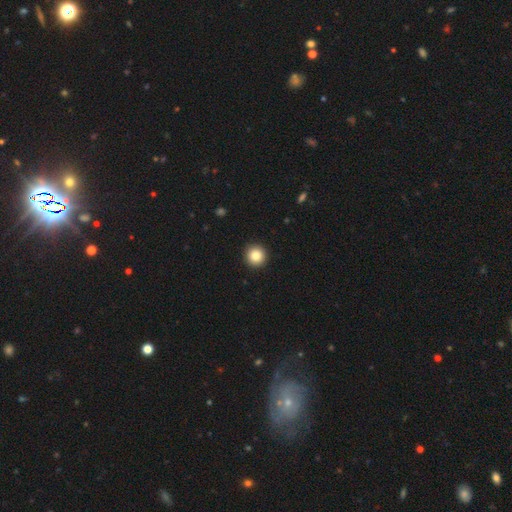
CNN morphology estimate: A smooth galaxy with no disk features (85%) that is round (96%).

Vote fractions:
- Smooth or featured? smooth: 85% / star or artifact: 9% / featured or disk: 6%
- How rounded? round: 96% / in between: 3% / cigar-shaped: 1%
- Merging? none: 93% / minor disturbance: 4% / major disturbance: 1% / merger: 1%